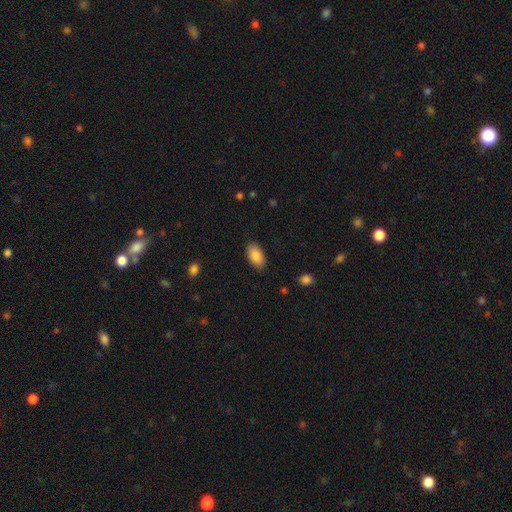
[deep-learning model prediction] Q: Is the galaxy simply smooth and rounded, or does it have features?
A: smooth — 87%.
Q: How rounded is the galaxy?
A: in between — 94%.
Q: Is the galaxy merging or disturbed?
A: none — 86%.